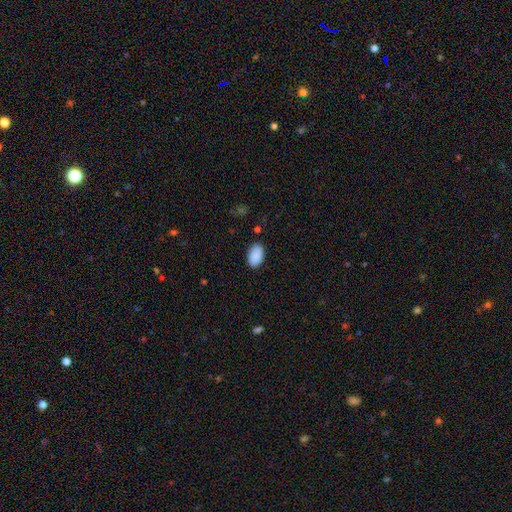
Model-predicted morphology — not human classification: Smooth or featured: smooth — 90% (star or artifact — 7%)
How rounded: in between — 93% (round — 6%)
Merging: none — 85% (minor disturbance — 11%)